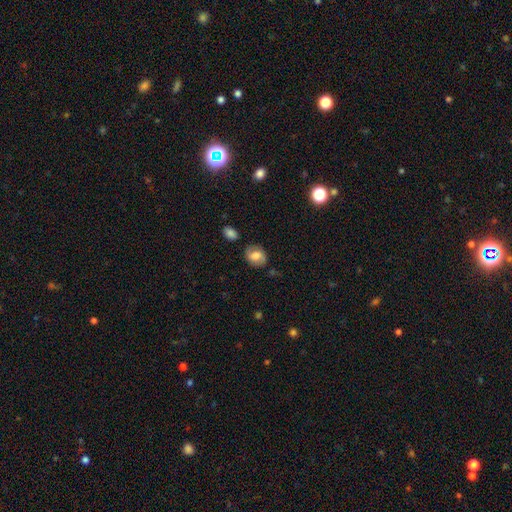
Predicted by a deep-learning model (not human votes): Smooth or featured?
  - smooth: 61% *
  - featured or disk: 31%
  - star or artifact: 9%
How rounded?
  - in between: 55% *
  - round: 44%
  - cigar-shaped: 1%
Merging?
  - none: 74% *
  - minor disturbance: 18%
  - major disturbance: 5%
  - merger: 3%